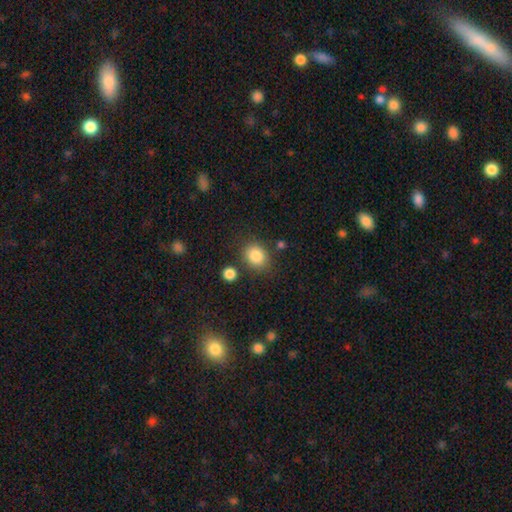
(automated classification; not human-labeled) smooth-or-featured: smooth: 85% | star or artifact: 9% | featured or disk: 6%
  how-rounded: round: 53% | in between: 46% | cigar-shaped: 1%
  merging: none: 76% | minor disturbance: 13% | merger: 7% | major disturbance: 4%